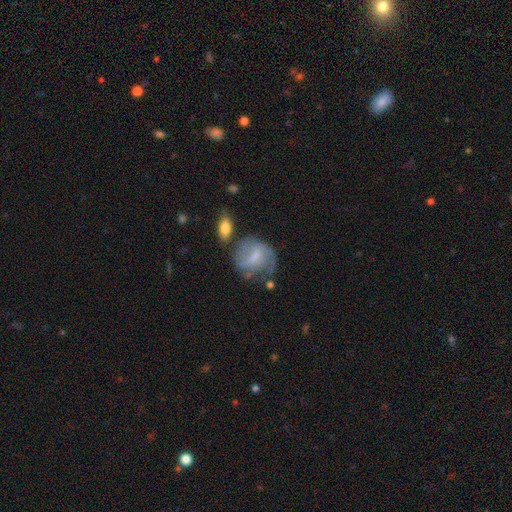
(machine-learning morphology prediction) Smooth or featured?
  - featured or disk: 48% *
  - smooth: 44%
  - star or artifact: 8%
Merging?
  - none: 46% *
  - minor disturbance: 26%
  - major disturbance: 19%
  - merger: 9%